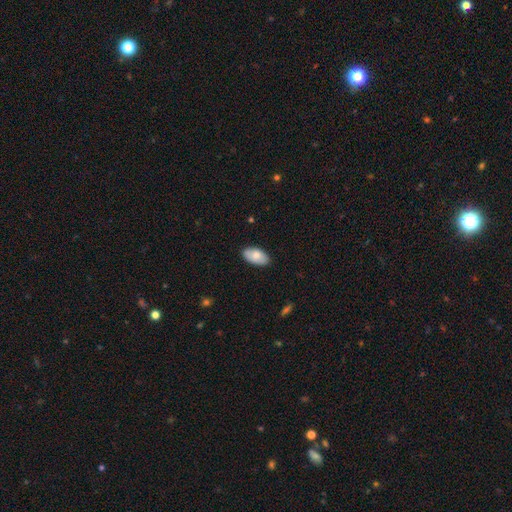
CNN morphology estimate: A smooth galaxy with no disk features (78%) that is in between round and cigar-shaped (95%).

Vote fractions:
- Smooth or featured? smooth: 78% / featured or disk: 16% / star or artifact: 6%
- How rounded? in between: 95% / round: 3% / cigar-shaped: 2%
- Merging? none: 86% / minor disturbance: 11% / major disturbance: 2% / merger: 1%